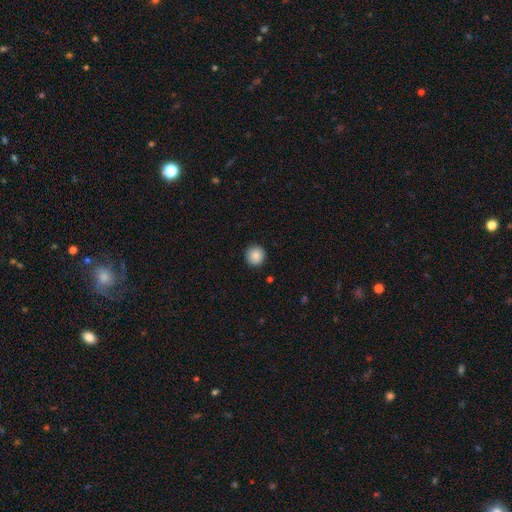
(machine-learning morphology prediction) Q: Smooth or featured?
A: smooth (88%); runner-up: star or artifact (9%)
Q: How rounded?
A: round (95%); runner-up: in between (4%)
Q: Merging?
A: none (91%); runner-up: minor disturbance (6%)